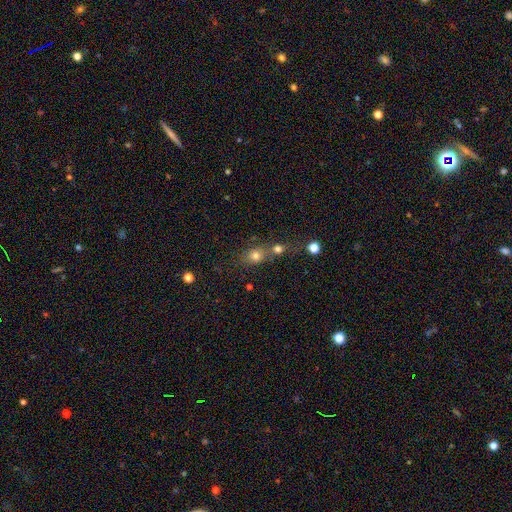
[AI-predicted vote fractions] Smooth or featured? Predicted: smooth (p=0.73). How rounded? Predicted: round (p=0.62). Merging? Predicted: none (p=0.44).